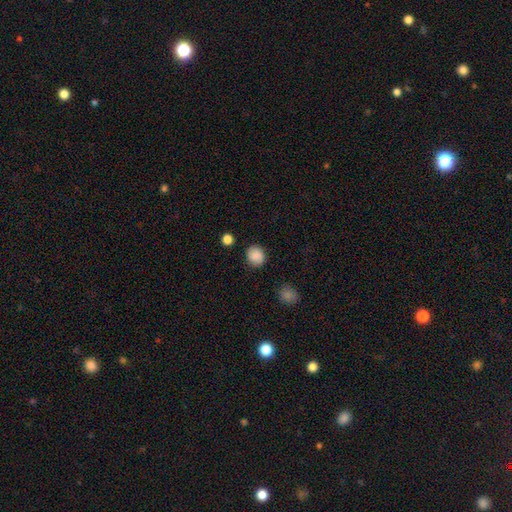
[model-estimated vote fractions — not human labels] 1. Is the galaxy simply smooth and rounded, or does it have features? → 87% smooth, 9% star or artifact, 4% featured or disk.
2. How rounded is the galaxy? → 80% round, 19% in between, 1% cigar-shaped.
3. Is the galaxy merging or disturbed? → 85% none, 10% minor disturbance, 3% major disturbance, 2% merger.